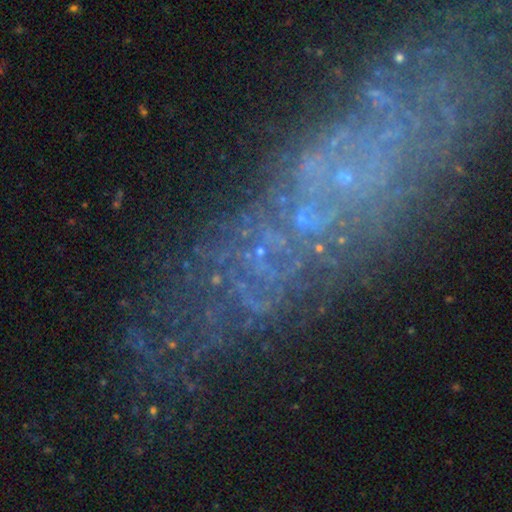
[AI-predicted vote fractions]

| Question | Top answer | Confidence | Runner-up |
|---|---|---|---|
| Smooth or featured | featured or disk | 52% | star or artifact (30%) |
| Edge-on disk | no | 84% | yes (16%) |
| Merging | none | 60% | minor disturbance (18%) |